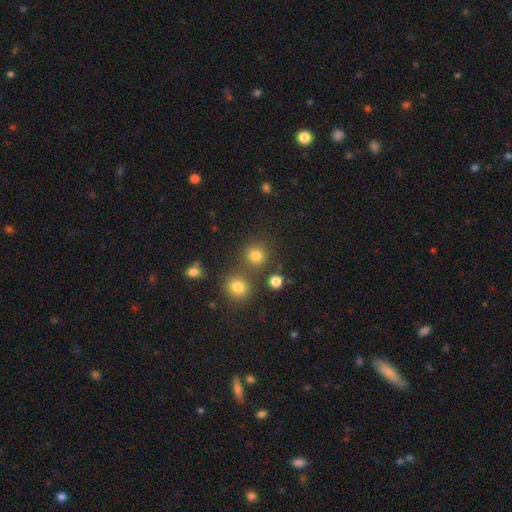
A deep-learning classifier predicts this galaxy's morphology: Smooth or featured: smooth — 80% (star or artifact — 15%)
How rounded: round — 90% (in between — 9%)
Merging: none — 75% (merger — 14%)